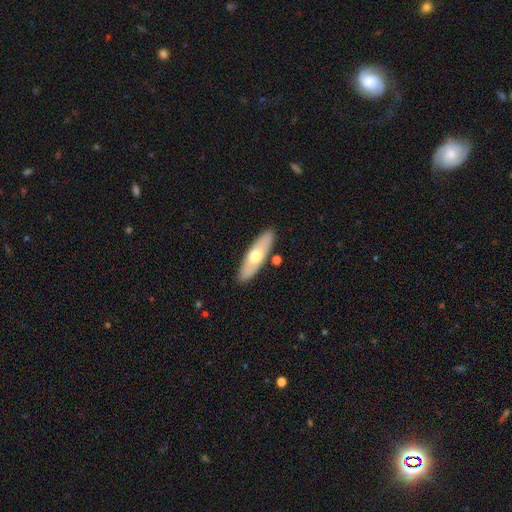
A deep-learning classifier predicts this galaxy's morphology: This is possibly a smooth galaxy (55%). How rounded: possibly cigar-shaped (52%). Merging: clearly none (87%).